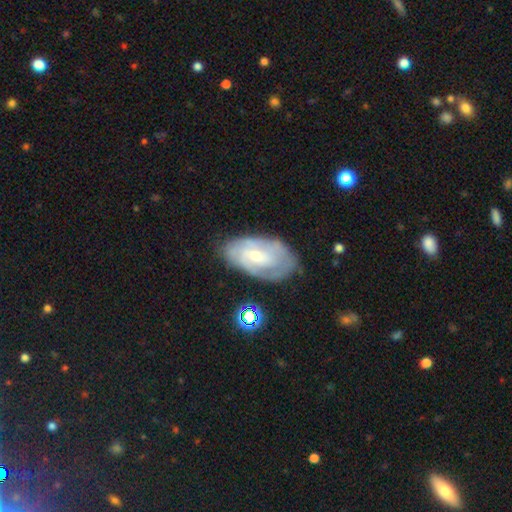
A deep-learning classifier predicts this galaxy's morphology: type=featured or disk (66%); edge-on=no (94%); bar=no (53%); spiral arms=yes (81%); winding=tight (60%); arm count=can't tell (50%); bulge=small (55%); merging=none (68%).